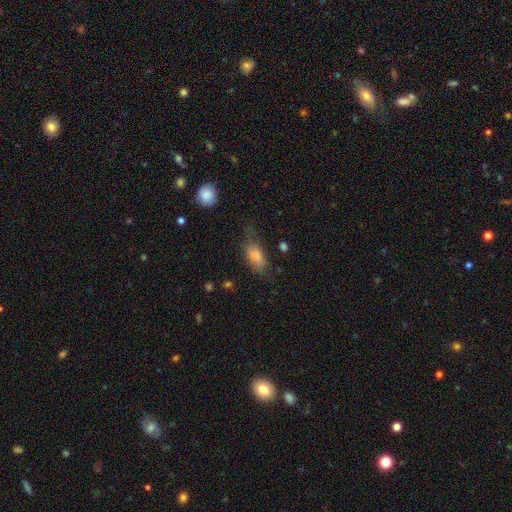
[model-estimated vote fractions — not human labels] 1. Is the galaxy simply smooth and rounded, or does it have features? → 76% smooth, 15% featured or disk, 9% star or artifact.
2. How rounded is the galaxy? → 83% in between, 12% cigar-shaped, 4% round.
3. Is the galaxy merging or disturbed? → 45% none, 31% minor disturbance, 20% major disturbance, 3% merger.